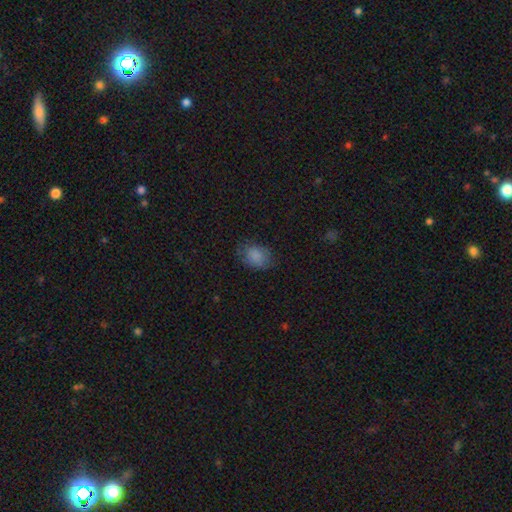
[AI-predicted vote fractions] A smooth galaxy with no disk features (82%) that is in between round and cigar-shaped (65%). Merging: none (70%).